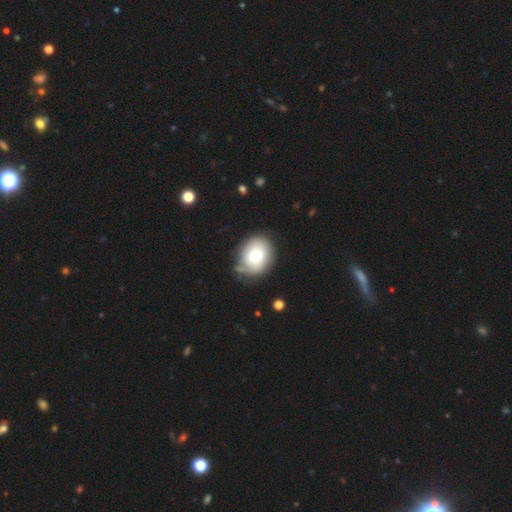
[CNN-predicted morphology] A smooth galaxy with no disk features (73%) that is round (50%).

Vote fractions:
- Smooth or featured? smooth: 73% / featured or disk: 19% / star or artifact: 8%
- How rounded? round: 50% / in between: 49% / cigar-shaped: 1%
- Merging? none: 74% / minor disturbance: 18% / major disturbance: 5% / merger: 3%